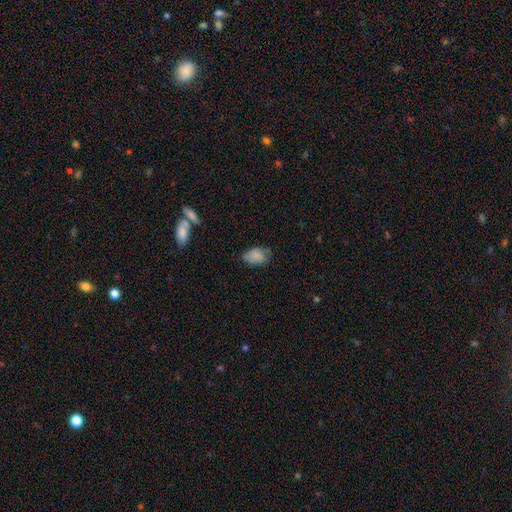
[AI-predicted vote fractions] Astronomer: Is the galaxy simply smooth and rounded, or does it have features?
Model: smooth — 79%.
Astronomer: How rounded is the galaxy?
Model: in between — 89%.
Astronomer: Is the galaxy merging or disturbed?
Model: none — 64%.